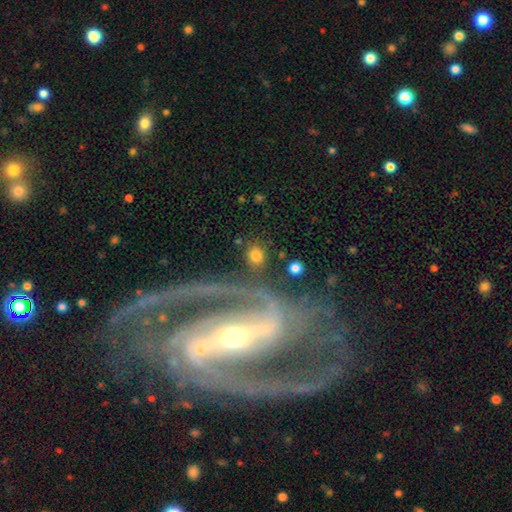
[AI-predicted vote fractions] Smooth or featured? smooth (78%)
How rounded? round (74%)
Merging? none (81%)